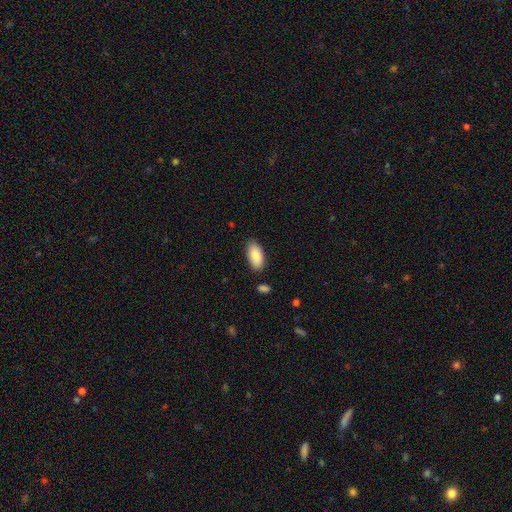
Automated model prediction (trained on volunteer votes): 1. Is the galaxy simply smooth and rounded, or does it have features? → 87% smooth, 7% featured or disk, 6% star or artifact.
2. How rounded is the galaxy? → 92% in between, 6% cigar-shaped, 2% round.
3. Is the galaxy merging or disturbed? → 83% none, 12% minor disturbance, 2% major disturbance, 2% merger.